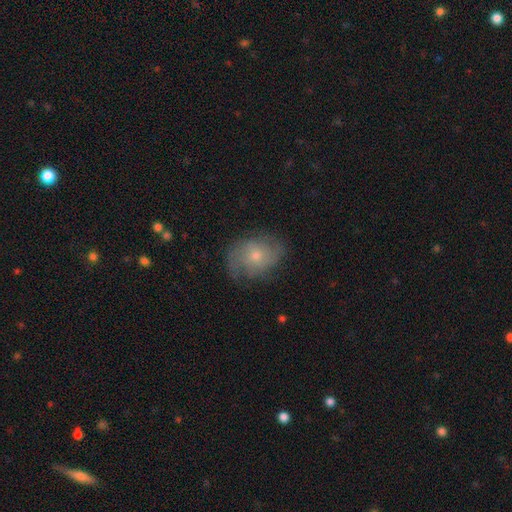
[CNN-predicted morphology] smooth_or_featured: featured or disk (p=0.53) [alt: smooth p=0.39]
disk_edge_on: no (p=0.96) [alt: yes p=0.04]
bar: no (p=0.80) [alt: weak p=0.18]
has_spiral_arms: yes (p=0.77) [alt: no p=0.23]
bulge_size: small (p=0.59) [alt: moderate p=0.36]
merging: none (p=0.68) [alt: minor disturbance p=0.22]